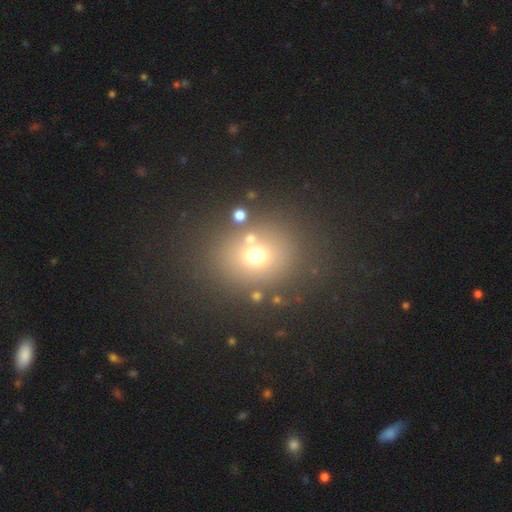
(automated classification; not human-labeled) smooth_or_featured: smooth (p=0.65) [alt: star or artifact p=0.21]
how_rounded: round (p=0.72) [alt: in between p=0.28]
merging: none (p=0.73) [alt: merger p=0.11]